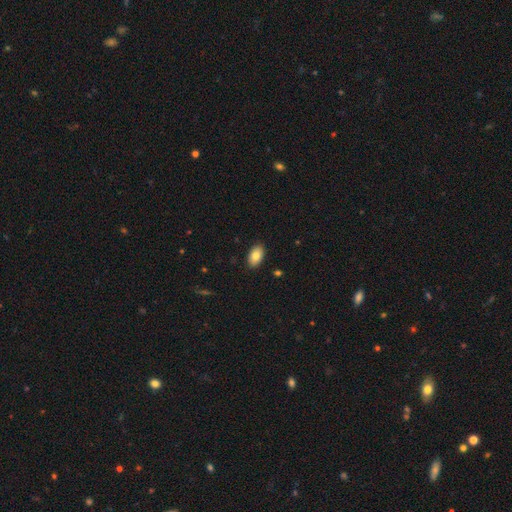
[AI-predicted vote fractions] A smooth galaxy with no disk features (83%) that is in between round and cigar-shaped (94%). Merging: none (89%).